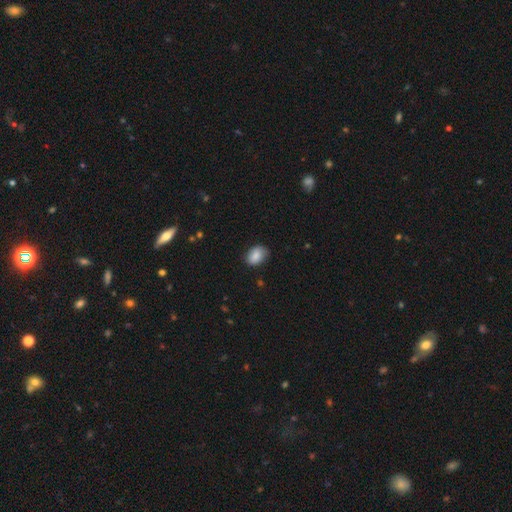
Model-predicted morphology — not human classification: A smooth galaxy with no disk features (85%) that is in between round and cigar-shaped (79%).

Vote fractions:
- Smooth or featured? smooth: 85% / star or artifact: 7% / featured or disk: 7%
- How rounded? in between: 79% / round: 20% / cigar-shaped: 1%
- Merging? none: 77% / minor disturbance: 19% / major disturbance: 3% / merger: 1%